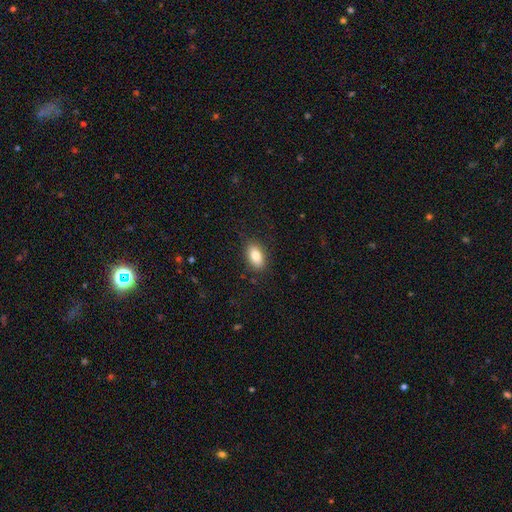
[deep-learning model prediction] A smooth galaxy with no disk features (83%) that is in between round and cigar-shaped (90%). Merging: none (86%).